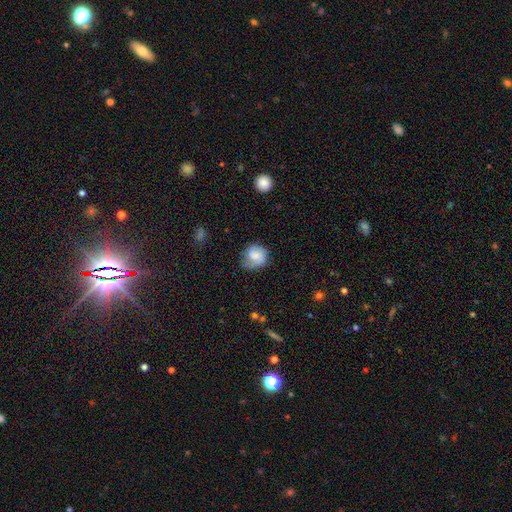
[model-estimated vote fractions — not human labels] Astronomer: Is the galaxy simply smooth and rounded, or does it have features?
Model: smooth — 62%.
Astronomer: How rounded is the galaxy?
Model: round — 76%.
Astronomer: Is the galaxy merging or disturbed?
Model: none — 54% (runner-up: minor disturbance, 31%).